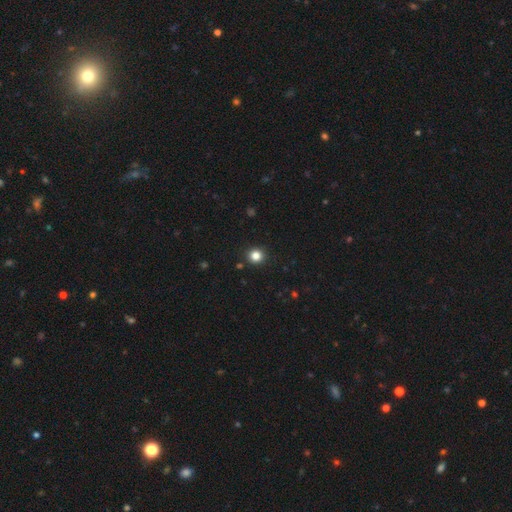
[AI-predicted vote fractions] Q: Smooth or featured?
A: smooth (83%); runner-up: star or artifact (13%)
Q: How rounded?
A: round (92%); runner-up: in between (7%)
Q: Merging?
A: none (92%); runner-up: minor disturbance (5%)